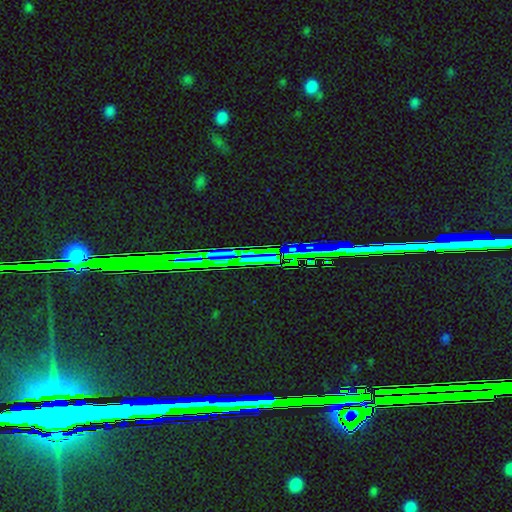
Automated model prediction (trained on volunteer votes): This appears to be a star or artifact, not a galaxy (83%).